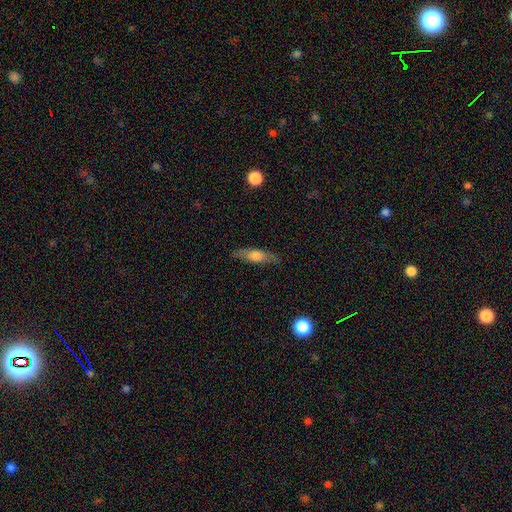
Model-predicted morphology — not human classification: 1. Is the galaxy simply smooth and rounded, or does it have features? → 57% smooth, 36% featured or disk, 7% star or artifact.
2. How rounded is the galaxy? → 55% cigar-shaped, 42% in between, 3% round.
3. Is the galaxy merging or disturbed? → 81% none, 14% minor disturbance, 4% major disturbance, 1% merger.